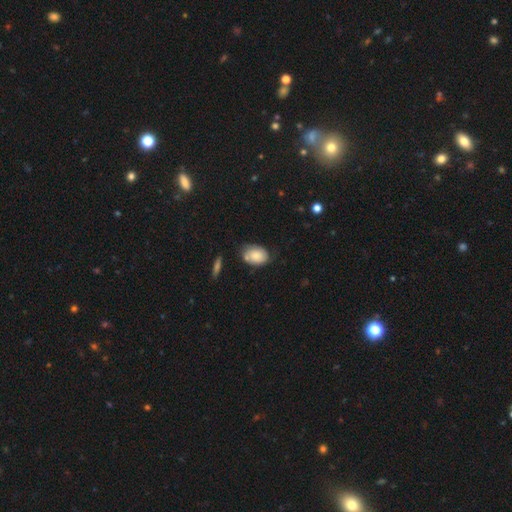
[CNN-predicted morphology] This appears to be a smooth galaxy with no disk features (78%) that is in between round and cigar-shaped (78%). Merging: none (59%).